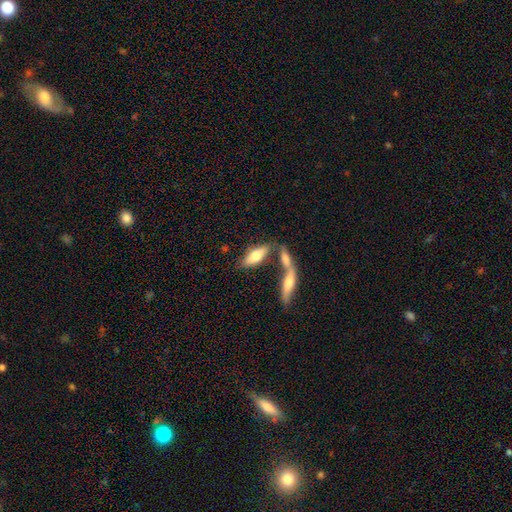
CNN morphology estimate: smooth_or_featured: smooth (p=0.63) [alt: featured or disk p=0.31]
how_rounded: in between (p=0.62) [alt: cigar-shaped p=0.35]
merging: none (p=0.48) [alt: merger p=0.38]